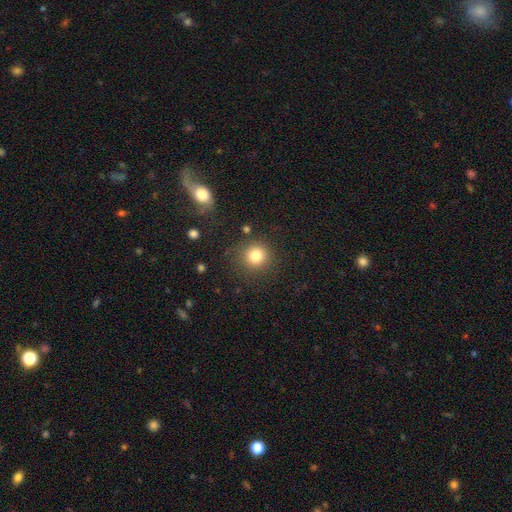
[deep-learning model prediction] A smooth galaxy with no disk features (81%) that is round (93%). Merging: none (86%).